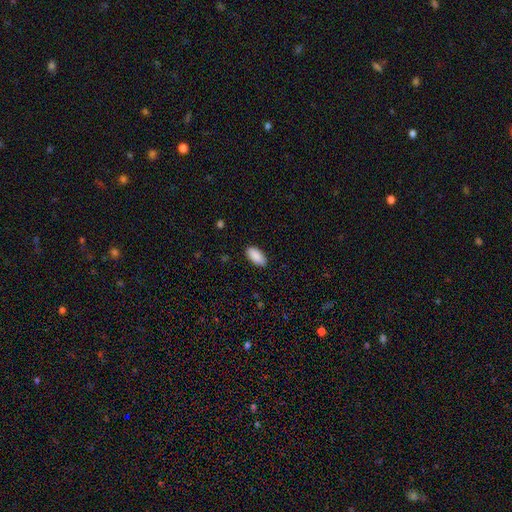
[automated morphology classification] smooth-or-featured: smooth: 91% | star or artifact: 6% | featured or disk: 3%
  how-rounded: in between: 93% | cigar-shaped: 5% | round: 2%
  merging: none: 88% | minor disturbance: 9% | major disturbance: 2% | merger: 1%